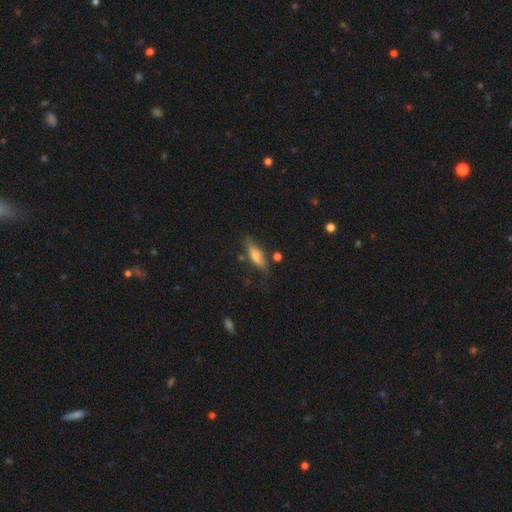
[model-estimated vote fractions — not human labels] smooth_or_featured: smooth (p=0.58) [alt: featured or disk p=0.34]
how_rounded: cigar-shaped (p=0.60) [alt: in between p=0.37]
merging: none (p=0.75) [alt: minor disturbance p=0.17]